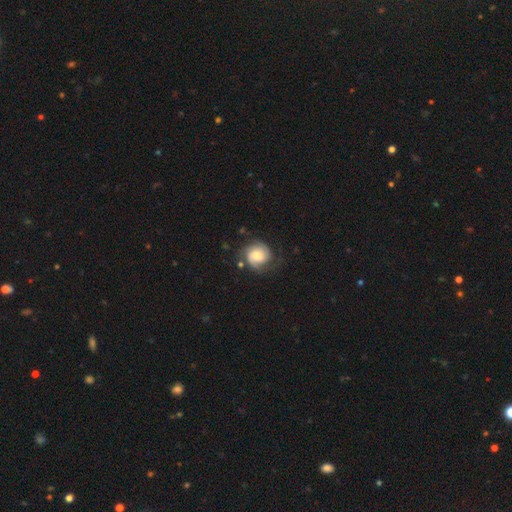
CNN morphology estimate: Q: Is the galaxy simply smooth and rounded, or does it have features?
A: featured or disk — 55%.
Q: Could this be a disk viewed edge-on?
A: no — 98%.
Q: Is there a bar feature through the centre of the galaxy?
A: no — 65%.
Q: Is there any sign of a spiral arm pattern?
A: yes — 89%.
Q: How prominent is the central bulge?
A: moderate — 45%.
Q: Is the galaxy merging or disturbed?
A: none — 64%.